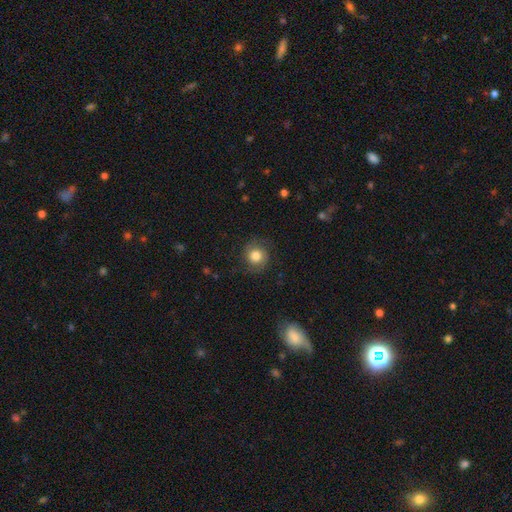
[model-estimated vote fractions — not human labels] Q: Smooth or featured?
A: smooth (69%); runner-up: featured or disk (22%)
Q: How rounded?
A: round (90%); runner-up: in between (9%)
Q: Merging?
A: none (77%); runner-up: minor disturbance (15%)